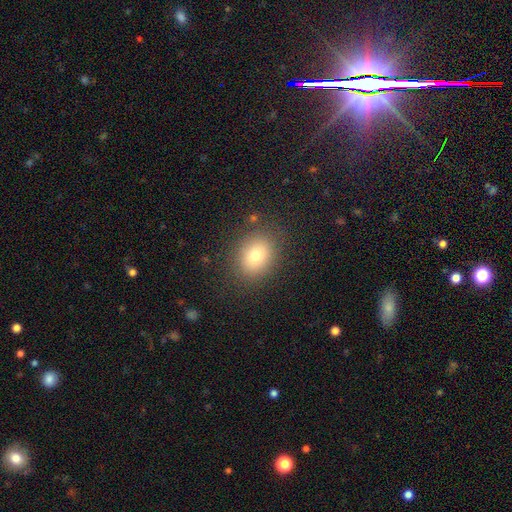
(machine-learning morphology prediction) Q: Smooth or featured?
A: smooth (76%); runner-up: star or artifact (12%)
Q: How rounded?
A: round (52%); runner-up: in between (47%)
Q: Merging?
A: none (84%); runner-up: minor disturbance (10%)